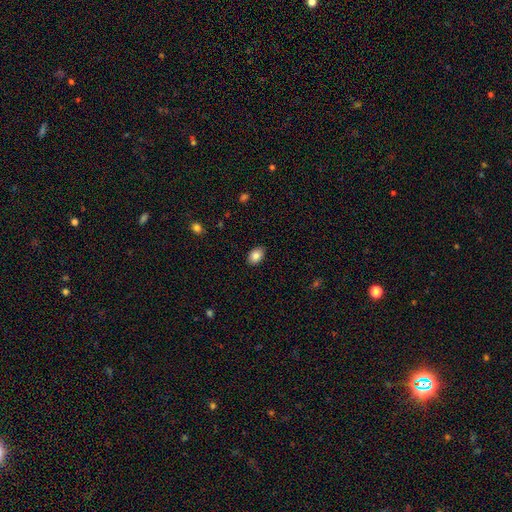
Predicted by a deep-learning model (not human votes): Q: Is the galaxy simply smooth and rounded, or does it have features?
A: smooth — 86%.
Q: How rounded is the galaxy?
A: in between — 84%.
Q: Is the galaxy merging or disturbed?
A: none — 88%.